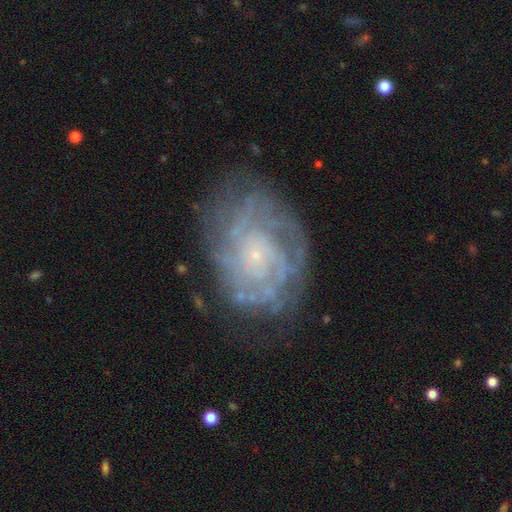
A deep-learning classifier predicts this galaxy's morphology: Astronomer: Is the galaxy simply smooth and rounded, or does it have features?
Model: featured or disk — 83%.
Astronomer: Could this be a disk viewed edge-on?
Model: no — 97%.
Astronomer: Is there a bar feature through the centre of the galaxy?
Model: no — 81%.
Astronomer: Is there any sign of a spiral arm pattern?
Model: yes — 92%.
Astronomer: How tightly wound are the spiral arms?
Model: tight — 69%.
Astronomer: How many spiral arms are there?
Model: can't tell — 40% (runner-up: 4, 16%).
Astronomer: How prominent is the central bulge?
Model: small — 85%.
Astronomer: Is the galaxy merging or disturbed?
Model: none — 69%.